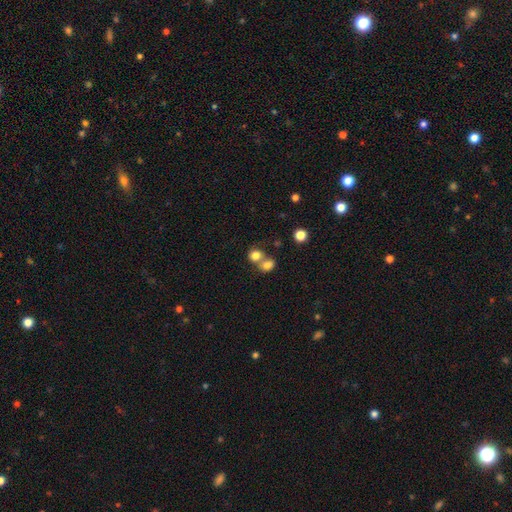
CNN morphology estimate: Smooth or featured: smooth — 79% (star or artifact — 11%)
How rounded: round — 68% (in between — 31%)
Merging: merger — 53% (none — 36%)